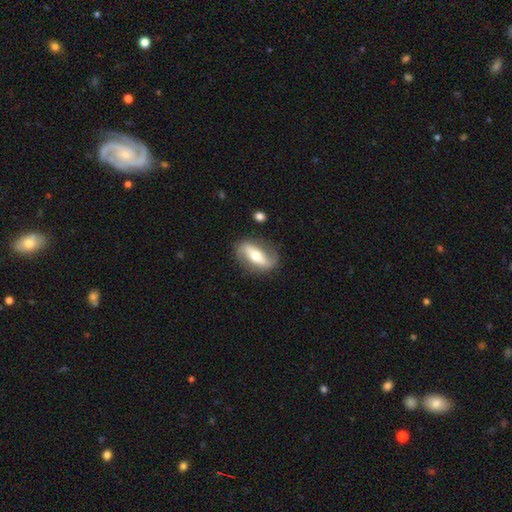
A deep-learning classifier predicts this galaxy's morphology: Smooth or featured: featured or disk — 65% (smooth — 29%)
Edge-on disk: no — 81% (yes — 19%)
Bar: strong — 53% (no — 25%)
Spiral arms: yes — 73% (no — 27%)
Bulge size: moderate — 66% (small — 21%)
Merging: none — 79% (minor disturbance — 14%)